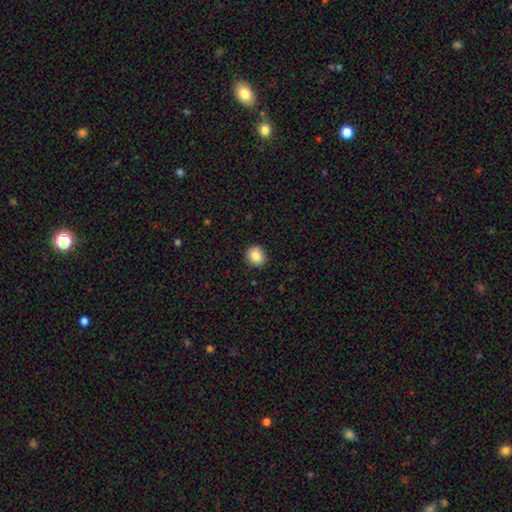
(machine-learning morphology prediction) smooth-or-featured: smooth: 85% | star or artifact: 9% | featured or disk: 6%
  how-rounded: round: 84% | in between: 15% | cigar-shaped: 1%
  merging: none: 91% | minor disturbance: 6% | major disturbance: 2% | merger: 1%